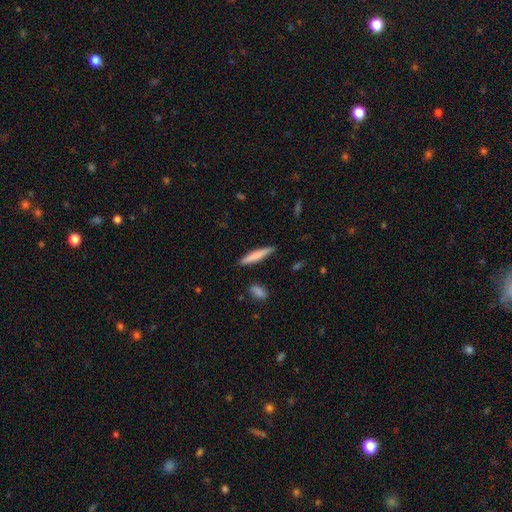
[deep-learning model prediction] smooth_or_featured: smooth (p=0.72) [alt: featured or disk p=0.22]
how_rounded: cigar-shaped (p=0.91) [alt: in between p=0.08]
merging: none (p=0.86) [alt: minor disturbance p=0.09]